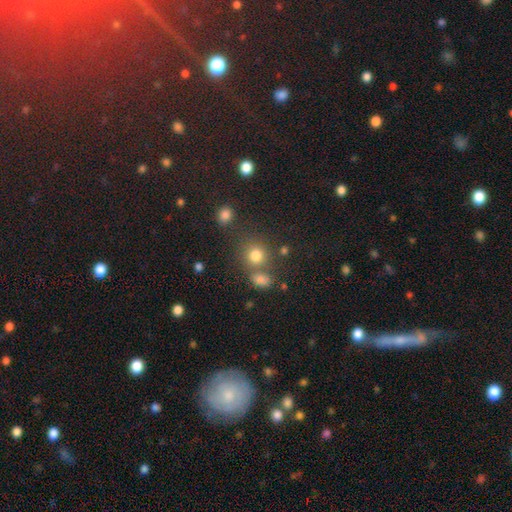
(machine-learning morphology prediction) smooth_or_featured: smooth (p=0.77) [alt: star or artifact p=0.15]
how_rounded: round (p=0.85) [alt: in between p=0.14]
merging: none (p=0.64) [alt: merger p=0.21]